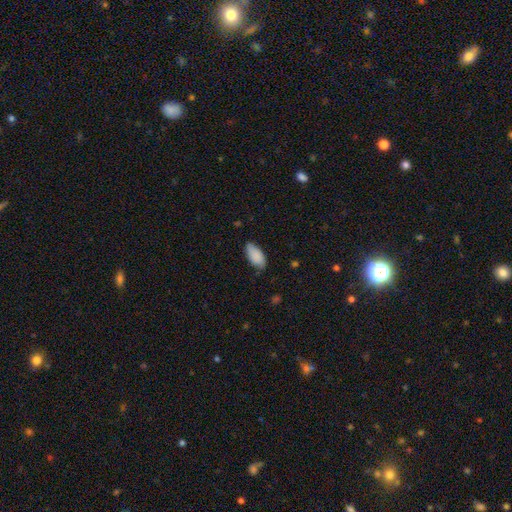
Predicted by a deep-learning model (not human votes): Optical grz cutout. It shows a smooth galaxy with no disk features (88%) that is in between round and cigar-shaped (93%). Merging: none (72%).